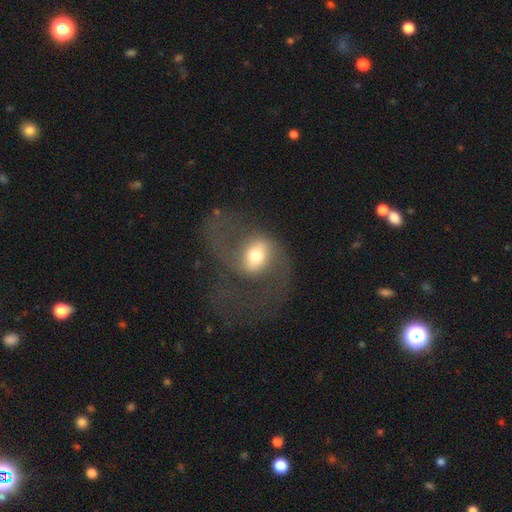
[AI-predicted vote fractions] Smooth or featured? Predicted: featured or disk (p=0.62). Edge-on disk? Predicted: no (p=0.95). Bar? Predicted: no (p=0.36). Spiral arms? Predicted: yes (p=0.71). Bulge size? Predicted: moderate (p=0.62). Merging? Predicted: none (p=0.51).